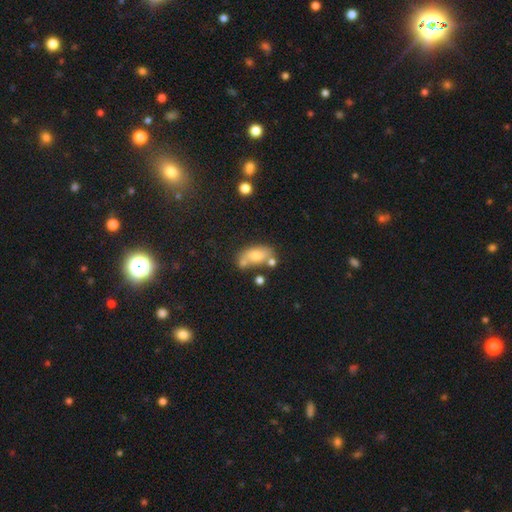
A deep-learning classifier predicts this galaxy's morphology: Q: Smooth or featured?
A: smooth (69%); runner-up: featured or disk (21%)
Q: How rounded?
A: in between (87%); runner-up: round (8%)
Q: Merging?
A: none (51%); runner-up: merger (23%)